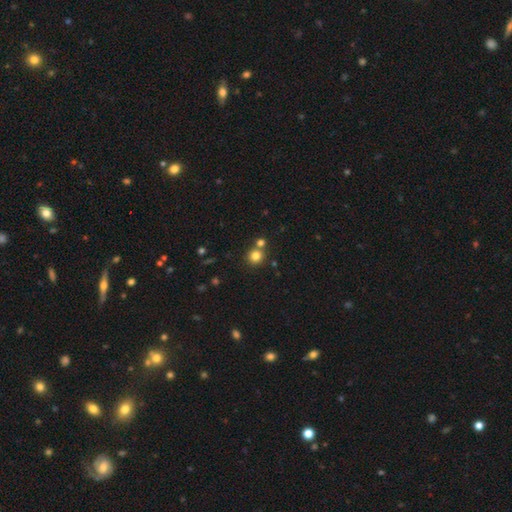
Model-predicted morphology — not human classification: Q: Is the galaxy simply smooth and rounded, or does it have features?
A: smooth — 80%.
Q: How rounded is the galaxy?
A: round — 90%.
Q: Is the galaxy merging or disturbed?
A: none — 68%.